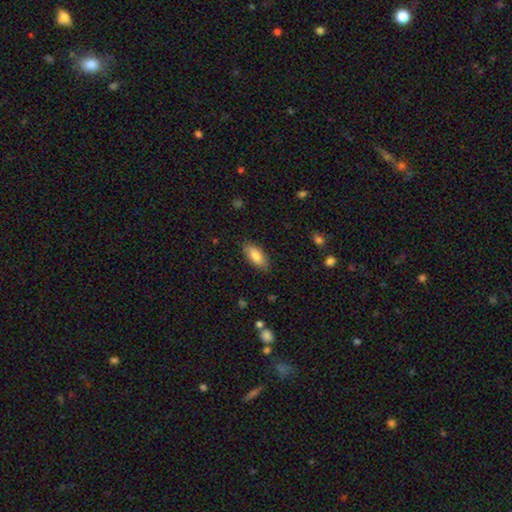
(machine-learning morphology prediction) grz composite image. It shows a smooth galaxy with no disk features (82%) that is in between round and cigar-shaped (82%). Merging: none (85%).